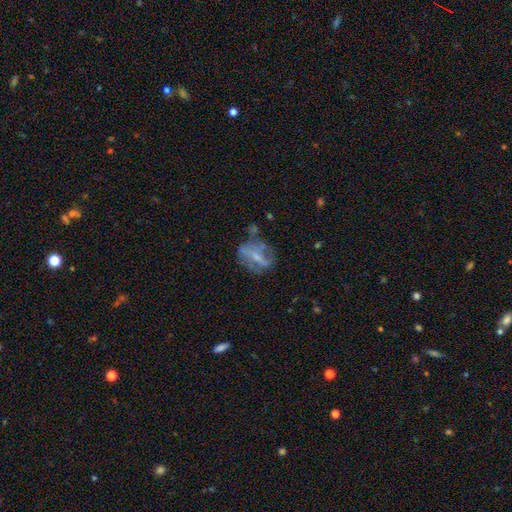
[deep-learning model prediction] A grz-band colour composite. It shows a featured or disk galaxy (58%) with no bar (34%, tied with weak), no spiral arms (63%) and a small central bulge (44%). Merging: none (50%).